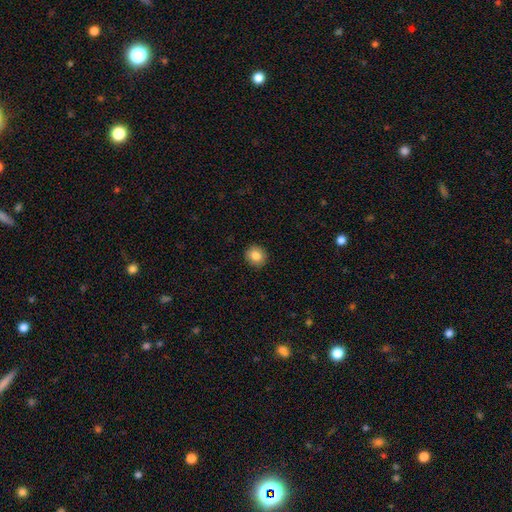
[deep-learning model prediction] This is clearly a smooth galaxy (84%). How rounded: clearly round (89%). Merging: clearly none (92%).